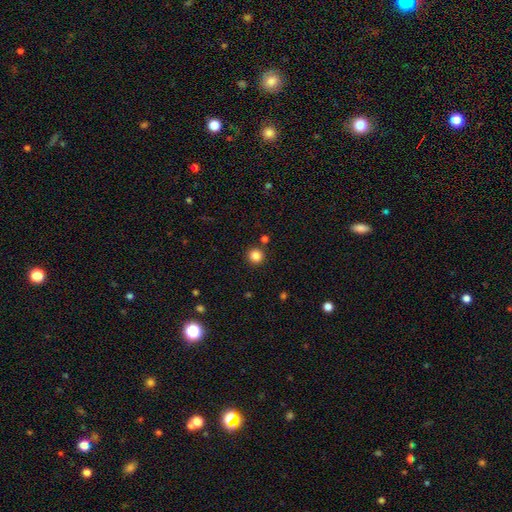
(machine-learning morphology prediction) Smooth or featured: smooth — 85% (star or artifact — 12%)
How rounded: round — 94% (in between — 5%)
Merging: none — 89% (minor disturbance — 5%)